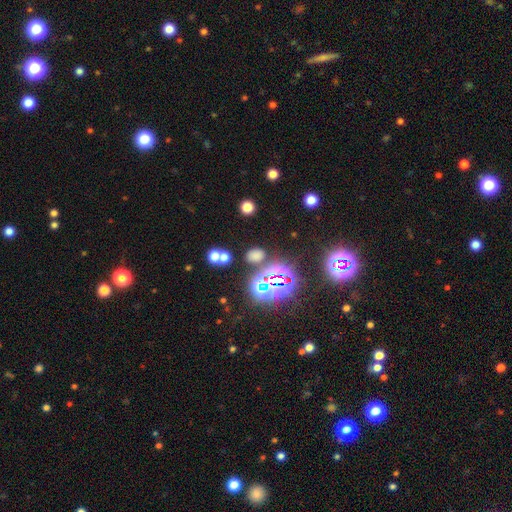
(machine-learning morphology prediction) A smooth galaxy with no disk features (53%) that is in between round and cigar-shaped (67%).

Vote fractions:
- Smooth or featured? smooth: 53% / star or artifact: 40% / featured or disk: 7%
- How rounded? in between: 67% / round: 31% / cigar-shaped: 2%
- Merging? none: 72% / merger: 12% / minor disturbance: 11% / major disturbance: 5%